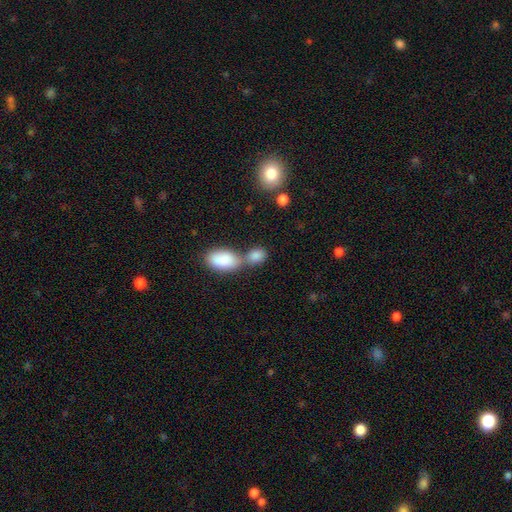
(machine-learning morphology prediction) Smooth or featured: smooth — 85% (star or artifact — 8%)
How rounded: in between — 80% (round — 17%)
Merging: merger — 57% (none — 30%)